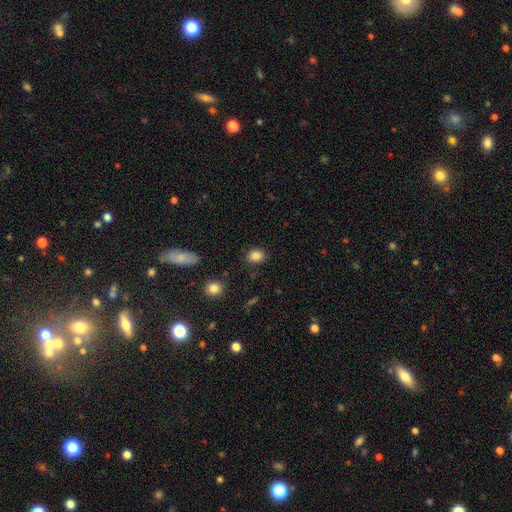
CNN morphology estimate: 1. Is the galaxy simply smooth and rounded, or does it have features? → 86% smooth, 10% star or artifact, 4% featured or disk.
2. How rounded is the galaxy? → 56% round, 43% in between, 1% cigar-shaped.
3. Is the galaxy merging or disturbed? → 86% none, 9% minor disturbance, 3% major disturbance, 2% merger.